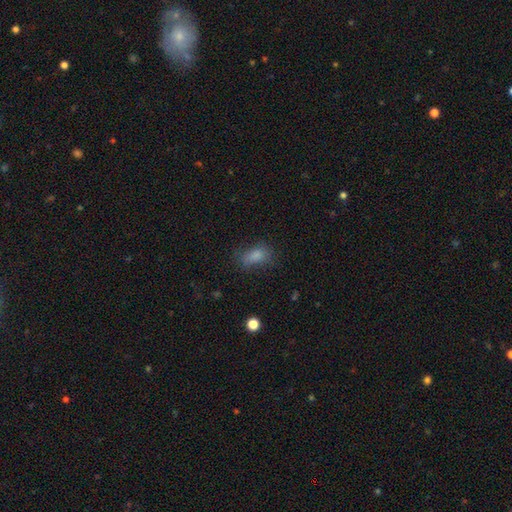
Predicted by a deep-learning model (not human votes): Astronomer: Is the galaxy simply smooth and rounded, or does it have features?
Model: smooth — 80%.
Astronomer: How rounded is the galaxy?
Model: in between — 85%.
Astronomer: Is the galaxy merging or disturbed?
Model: none — 62%.